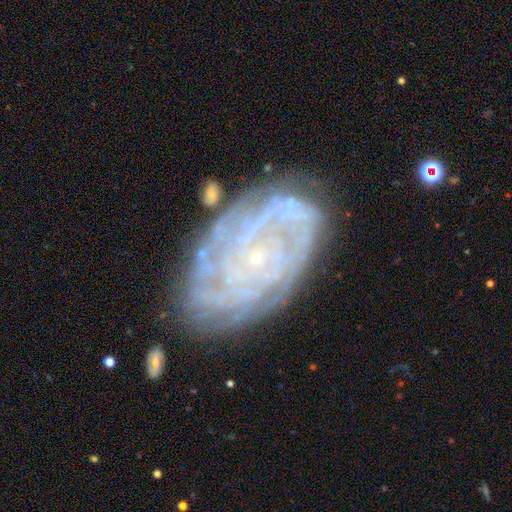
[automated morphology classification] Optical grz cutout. It shows a featured or disk galaxy (87%) with no bar (78%), tight (80%) spiral arms (96%) and a small central bulge (88%). Merging: none (77%).